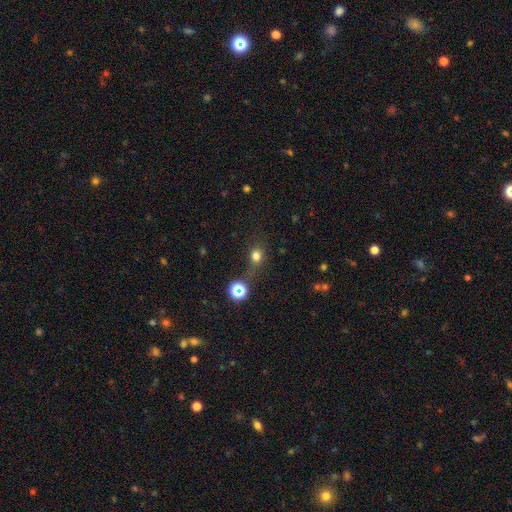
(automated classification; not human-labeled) The model was most divided on "how rounded": round: 70%, in between: 29%, cigar-shaped: 2%. More confident: smooth or featured — smooth (72%); merging — none (69%).